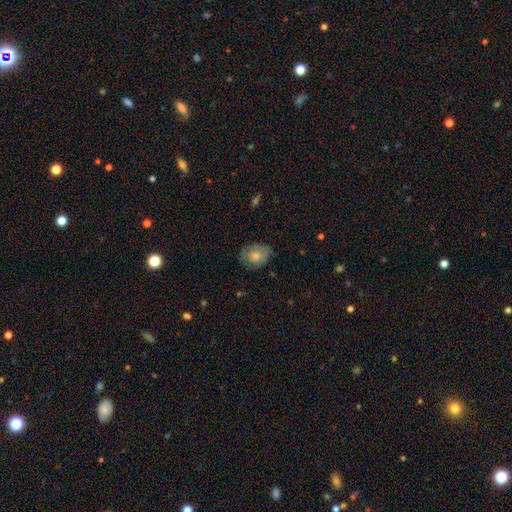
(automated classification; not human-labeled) This appears to be a smooth galaxy with no disk features (54%) that is in between round and cigar-shaped (53%). Merging: none (72%).